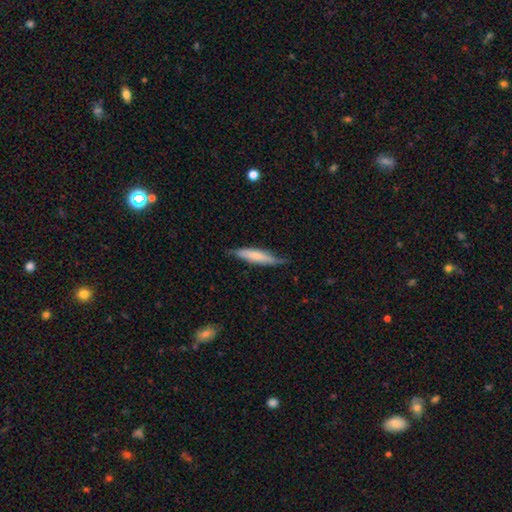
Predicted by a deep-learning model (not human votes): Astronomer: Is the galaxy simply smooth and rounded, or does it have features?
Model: smooth — 63%.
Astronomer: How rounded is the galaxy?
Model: cigar-shaped — 79%.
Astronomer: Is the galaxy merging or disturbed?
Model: none — 68%.